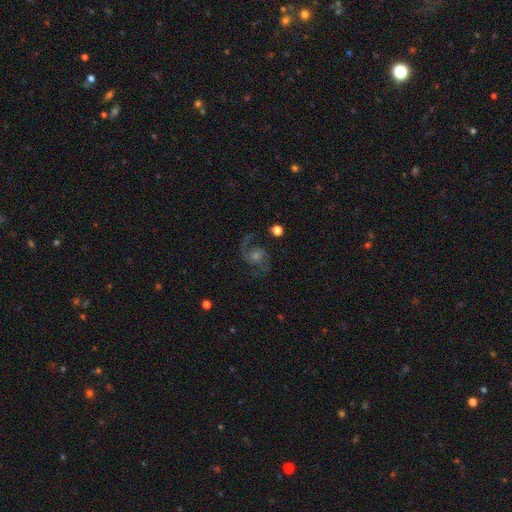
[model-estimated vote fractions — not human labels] Smooth or featured: featured or disk — 84% (star or artifact — 10%)
Edge-on disk: no — 98% (yes — 2%)
Bar: no — 60% (weak — 33%)
Spiral arms: yes — 97% (no — 3%)
Spiral winding: medium — 56% (loose — 31%)
Spiral arm count: 2 — 90% (1 — 3%)
Bulge size: moderate — 45% (small — 42%)
Merging: none — 76% (minor disturbance — 13%)